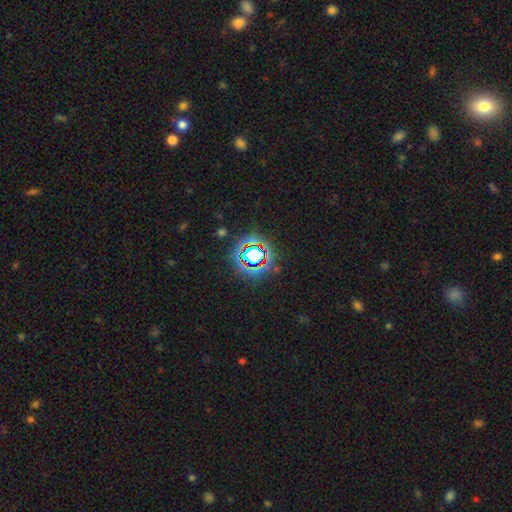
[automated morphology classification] This is likely a star or artifact rather than a galaxy (72%).